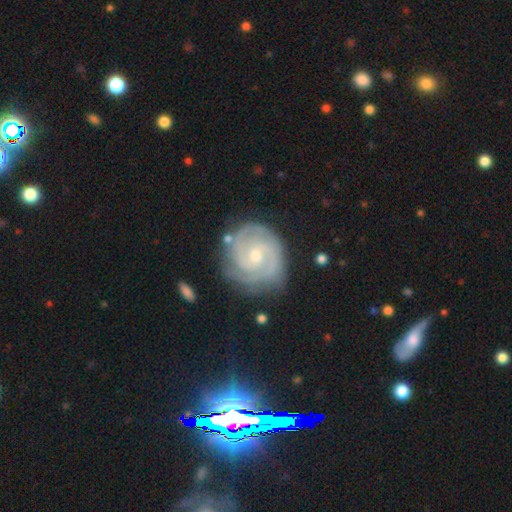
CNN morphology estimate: Smooth or featured?
  - featured or disk: 89% *
  - smooth: 7%
  - star or artifact: 4%
Edge-on disk?
  - no: 98% *
  - yes: 2%
Bar?
  - no: 61% *
  - weak: 33%
  - strong: 6%
Spiral arms?
  - yes: 98% *
  - no: 2%
Spiral winding?
  - tight: 74% *
  - medium: 23%
  - loose: 3%
Spiral arm count?
  - 2: 36% *
  - 3: 33%
  - can't tell: 14%
  - 4: 8%
  - 1: 4%
  - more than 4: 4%
Bulge size?
  - small: 49% *
  - moderate: 47%
  - large: 2%
  - none: 1%
  - dominant: 1%
Merging?
  - none: 78% *
  - minor disturbance: 15%
  - major disturbance: 4%
  - merger: 2%